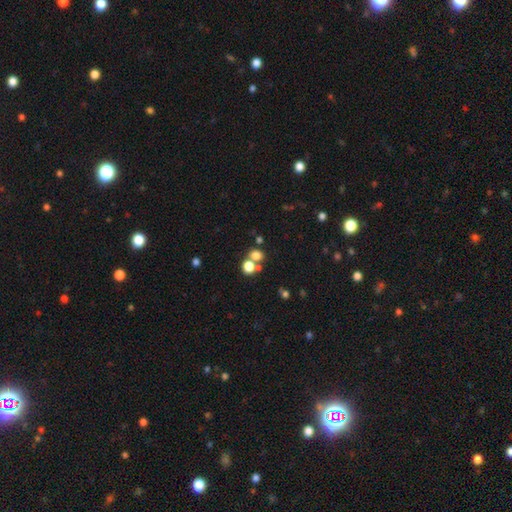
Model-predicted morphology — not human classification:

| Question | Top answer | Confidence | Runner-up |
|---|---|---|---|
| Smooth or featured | smooth | 71% | star or artifact (20%) |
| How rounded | round | 74% | in between (25%) |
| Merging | none | 53% | merger (35%) |